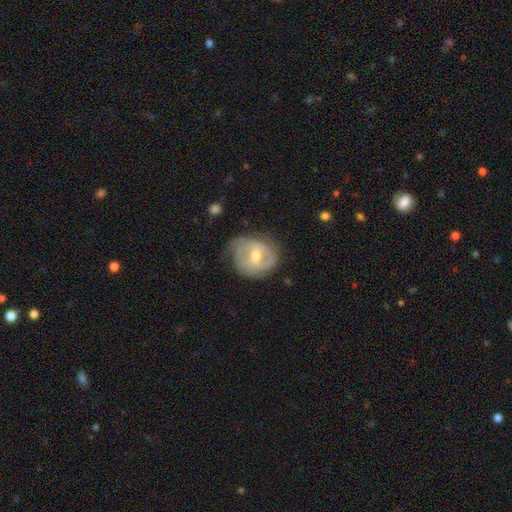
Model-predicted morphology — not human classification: Smooth or featured?
  - featured or disk: 72% *
  - smooth: 22%
  - star or artifact: 6%
Edge-on disk?
  - no: 97% *
  - yes: 3%
Bar?
  - weak: 48% *
  - no: 35%
  - strong: 17%
Spiral arms?
  - yes: 85% *
  - no: 15%
Spiral winding?
  - tight: 44% *
  - medium: 40%
  - loose: 16%
Spiral arm count?
  - 2: 48% *
  - can't tell: 26%
  - 3: 14%
  - 1: 6%
  - 4: 3%
  - more than 4: 2%
Bulge size?
  - moderate: 60% *
  - small: 37%
  - large: 2%
  - none: 1%
  - dominant: 1%
Merging?
  - none: 57% *
  - minor disturbance: 29%
  - major disturbance: 13%
  - merger: 1%